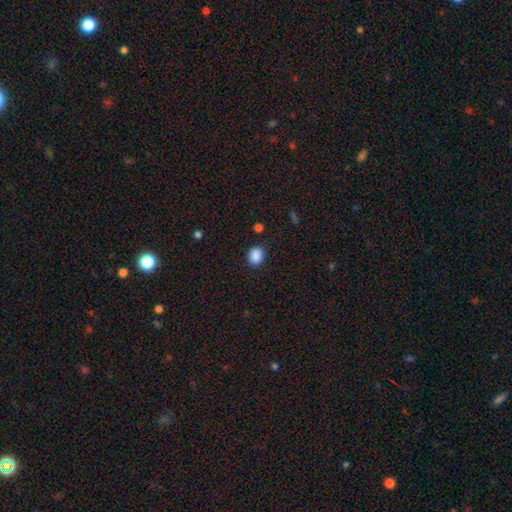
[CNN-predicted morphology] smooth_or_featured: smooth (p=0.88) [alt: star or artifact p=0.09]
how_rounded: round (p=0.50) [alt: in between p=0.49]
merging: none (p=0.85) [alt: minor disturbance p=0.10]